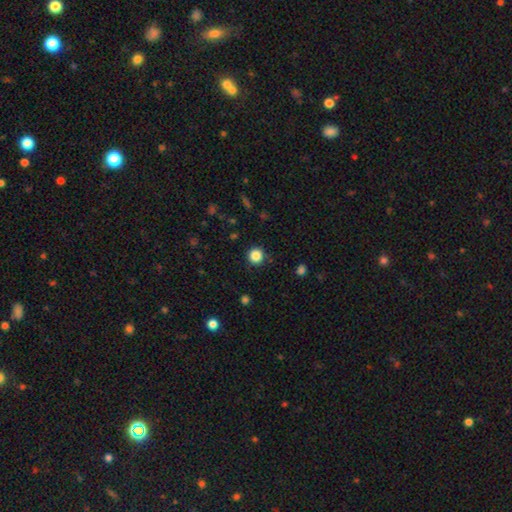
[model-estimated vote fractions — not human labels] Overall: smooth (86%). How rounded: round (94%). Merging: none (89%).